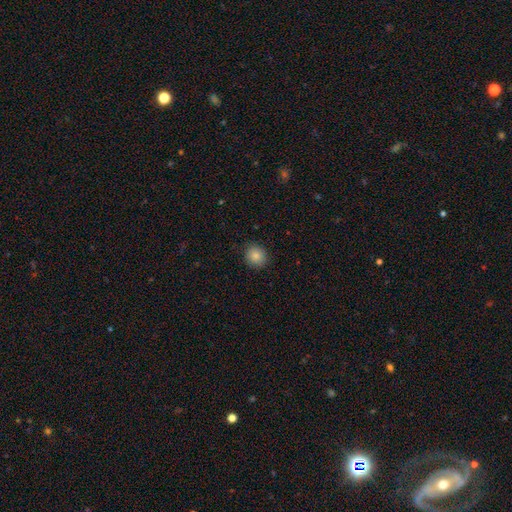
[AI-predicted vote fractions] Q: Smooth or featured?
A: smooth (85%); runner-up: star or artifact (10%)
Q: How rounded?
A: round (83%); runner-up: in between (17%)
Q: Merging?
A: none (88%); runner-up: minor disturbance (8%)